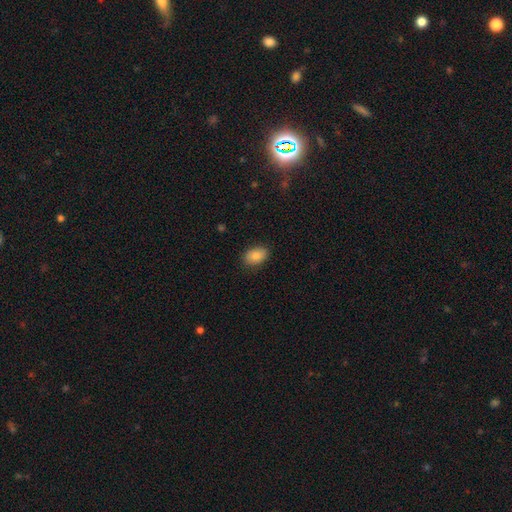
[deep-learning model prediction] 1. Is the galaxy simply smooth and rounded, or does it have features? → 84% smooth, 8% featured or disk, 8% star or artifact.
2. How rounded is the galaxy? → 84% in between, 15% round, 1% cigar-shaped.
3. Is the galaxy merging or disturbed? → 87% none, 9% minor disturbance, 2% major disturbance, 1% merger.